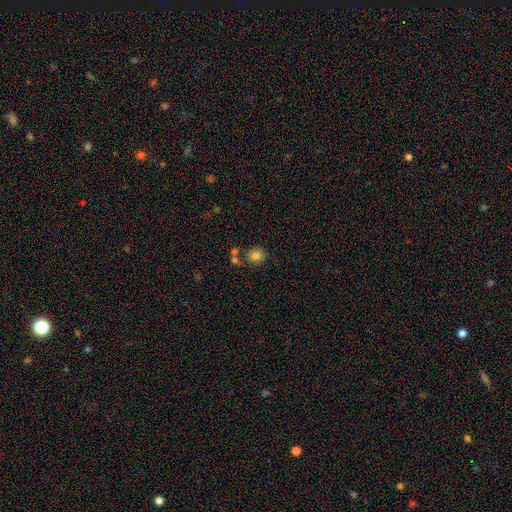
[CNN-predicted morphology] This is clearly a smooth galaxy (81%). How rounded: clearly round (83%). Merging: likely none (67%).